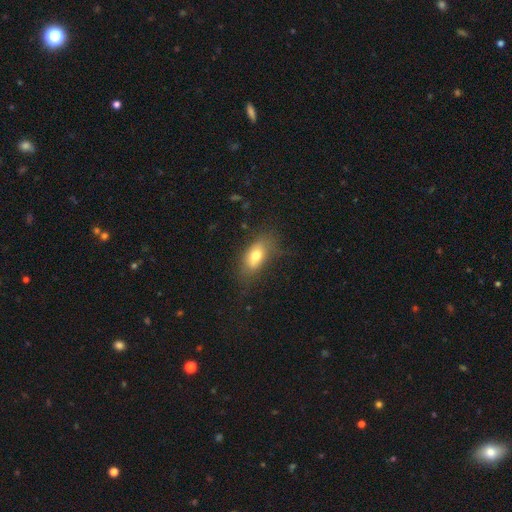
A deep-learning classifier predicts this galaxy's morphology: The model was most divided on "merging": none: 68%, minor disturbance: 21%, major disturbance: 9%, merger: 2%. More confident: how rounded — in between (84%); smooth or featured — smooth (73%).